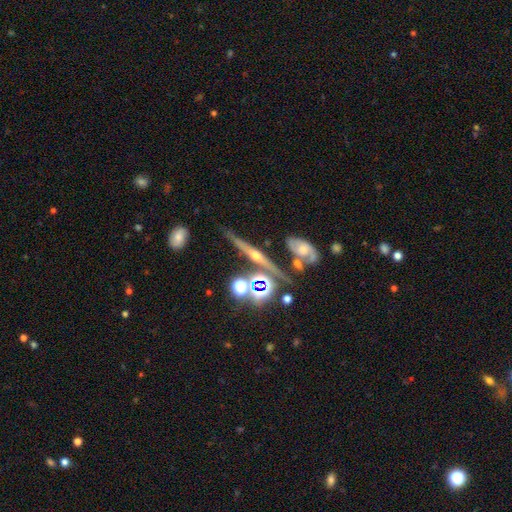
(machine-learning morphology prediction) A featured or disk galaxy (66%) viewed edge-on (92%) with a rounded central bulge (87%). Merging: none (71%).